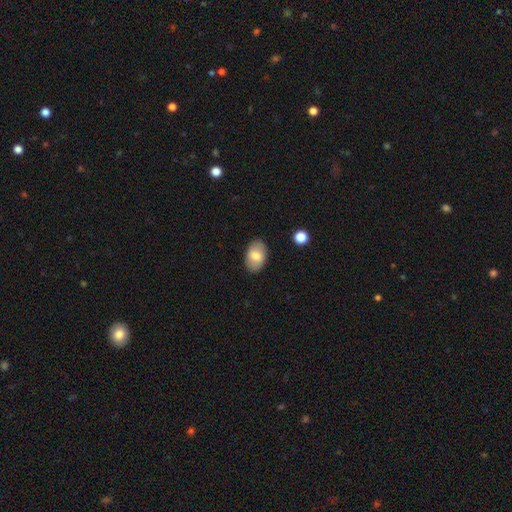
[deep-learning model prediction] smooth_or_featured: smooth (p=0.74) [alt: featured or disk p=0.19]
how_rounded: in between (p=0.89) [alt: round p=0.10]
merging: none (p=0.87) [alt: minor disturbance p=0.10]